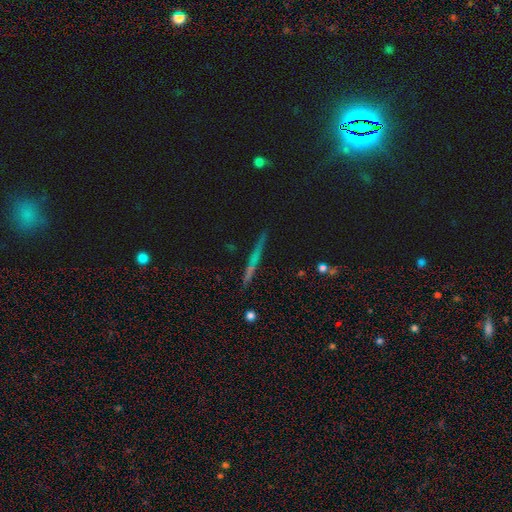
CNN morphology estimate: Overall: featured or disk (48%; smooth 35%). Merging: none (87%).